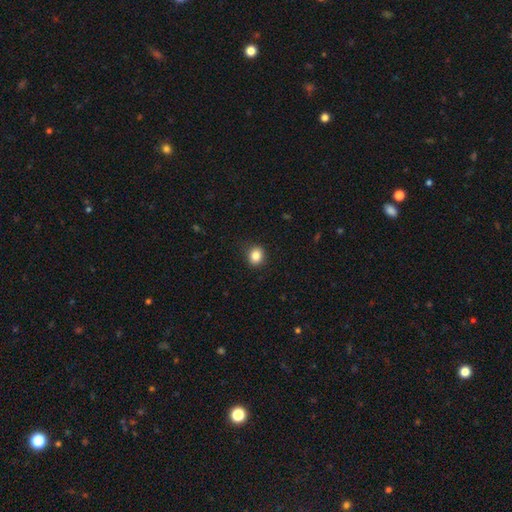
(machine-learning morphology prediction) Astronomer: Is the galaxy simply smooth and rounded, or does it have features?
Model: smooth — 85%.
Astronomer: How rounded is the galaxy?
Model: round — 63%.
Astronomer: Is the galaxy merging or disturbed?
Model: none — 88%.